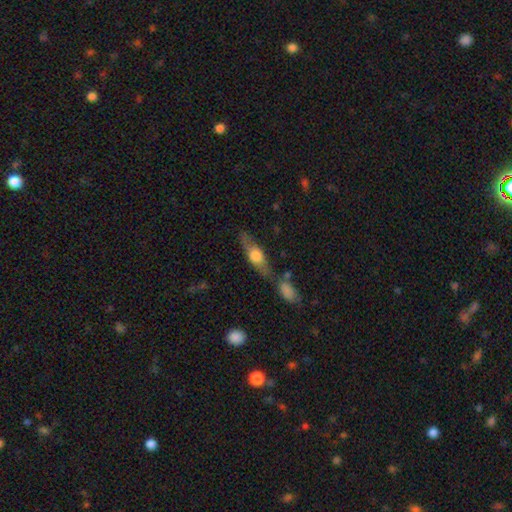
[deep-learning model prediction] Smooth or featured?
  - featured or disk: 47% * (tied)
  - smooth: 47% * (tied)
  - star or artifact: 6%
Merging?
  - none: 60% *
  - merger: 18%
  - minor disturbance: 17%
  - major disturbance: 6%